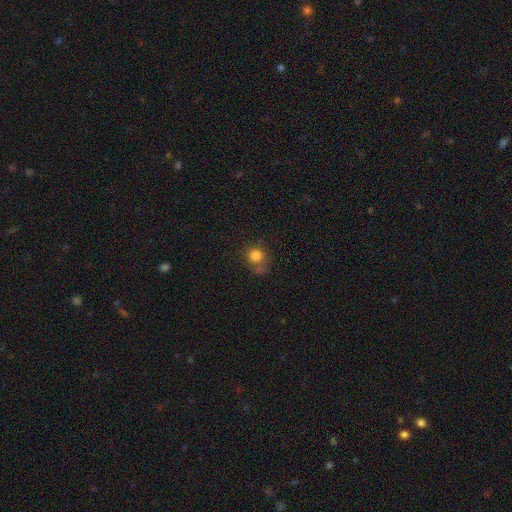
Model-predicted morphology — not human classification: A smooth galaxy with no disk features (80%) that is round (82%).

Vote fractions:
- Smooth or featured? smooth: 80% / star or artifact: 12% / featured or disk: 8%
- How rounded? round: 82% / in between: 17% / cigar-shaped: 1%
- Merging? none: 54% / minor disturbance: 22% / major disturbance: 13% / merger: 11%